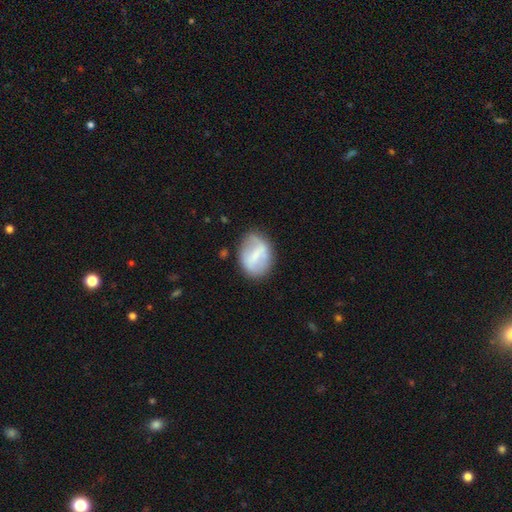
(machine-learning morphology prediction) Overall: featured or disk (47%; smooth 45%). Merging: none (69%).